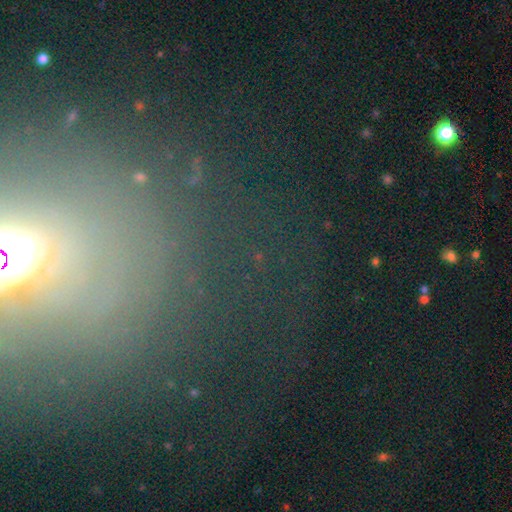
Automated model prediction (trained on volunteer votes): The model was most divided on "smooth or featured": star or artifact: 53%, featured or disk: 24%, smooth: 23%.